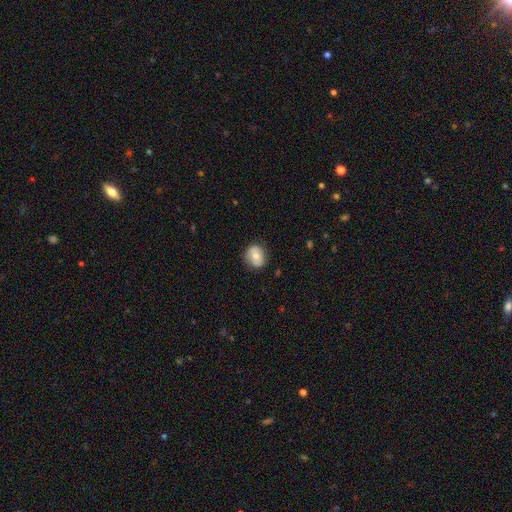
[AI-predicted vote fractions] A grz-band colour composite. It shows a smooth galaxy with no disk features (64%) that is round (60%). Merging: none (77%).